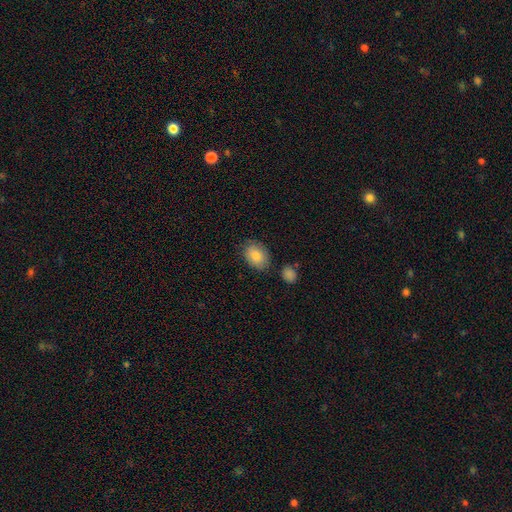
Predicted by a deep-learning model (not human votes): This is clearly a smooth galaxy (84%). How rounded: likely in between (78%). Merging: likely none (76%).